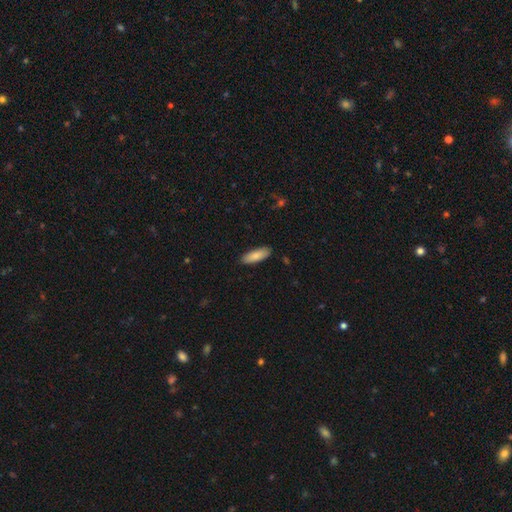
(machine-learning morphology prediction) Overall: smooth (84%). How rounded: in between (57%; cigar-shaped 41%). Merging: none (89%).